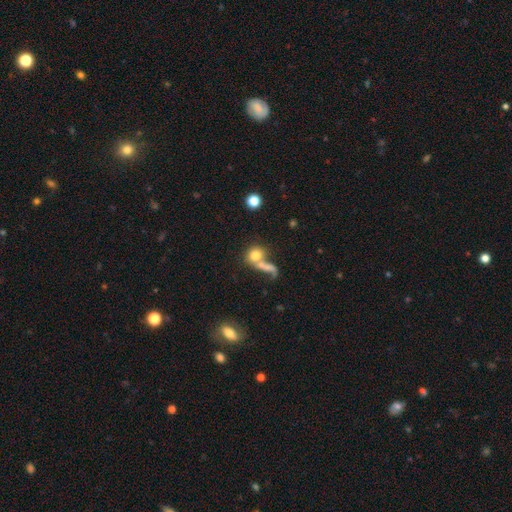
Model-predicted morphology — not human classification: smooth-or-featured: smooth: 73% | featured or disk: 15% | star or artifact: 11%
  how-rounded: round: 65% | in between: 32% | cigar-shaped: 4%
  merging: merger: 50% | none: 32% | major disturbance: 10% | minor disturbance: 8%